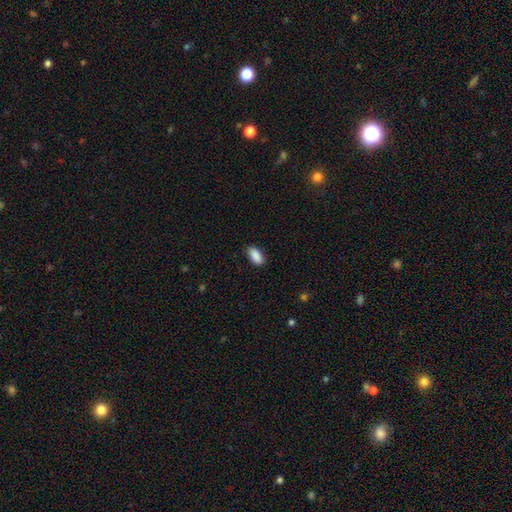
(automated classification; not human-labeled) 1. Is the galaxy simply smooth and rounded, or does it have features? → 90% smooth, 7% star or artifact, 3% featured or disk.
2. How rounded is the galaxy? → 91% in between, 7% cigar-shaped, 2% round.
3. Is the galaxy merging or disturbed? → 87% none, 10% minor disturbance, 2% major disturbance, 1% merger.